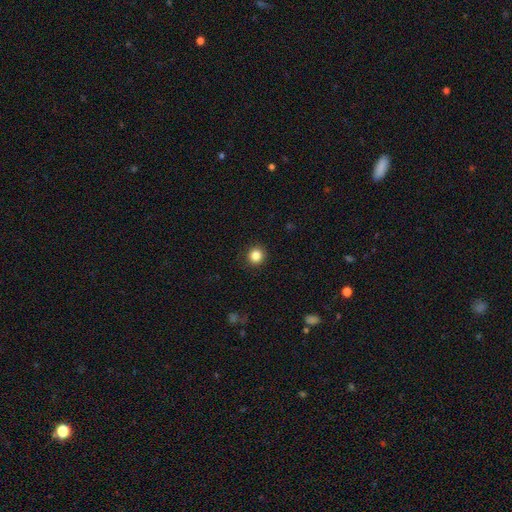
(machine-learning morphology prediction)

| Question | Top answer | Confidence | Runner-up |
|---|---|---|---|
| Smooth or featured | smooth | 85% | star or artifact (11%) |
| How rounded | round | 93% | in between (6%) |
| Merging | none | 92% | minor disturbance (5%) |